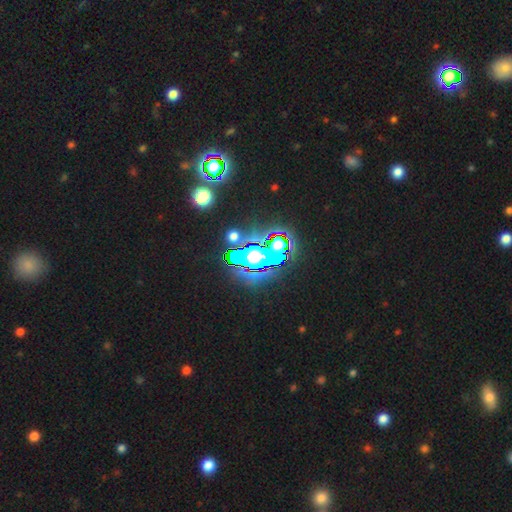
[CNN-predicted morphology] This is likely a star or artifact rather than a galaxy (66%).